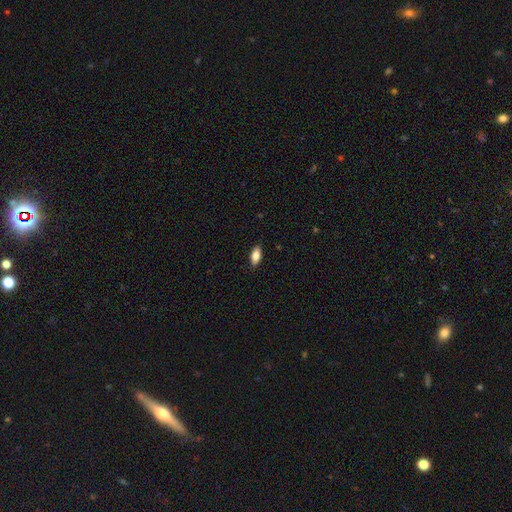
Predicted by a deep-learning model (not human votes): A smooth galaxy with no disk features (80%) that is in between round and cigar-shaped (87%). Merging: none (88%).